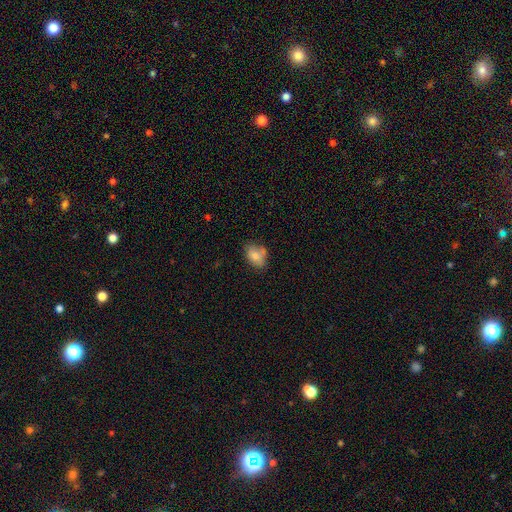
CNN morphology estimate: Smooth or featured?
  - smooth: 77% *
  - featured or disk: 15%
  - star or artifact: 8%
How rounded?
  - in between: 80% *
  - round: 18%
  - cigar-shaped: 1%
Merging?
  - none: 60% *
  - minor disturbance: 24%
  - merger: 11%
  - major disturbance: 5%